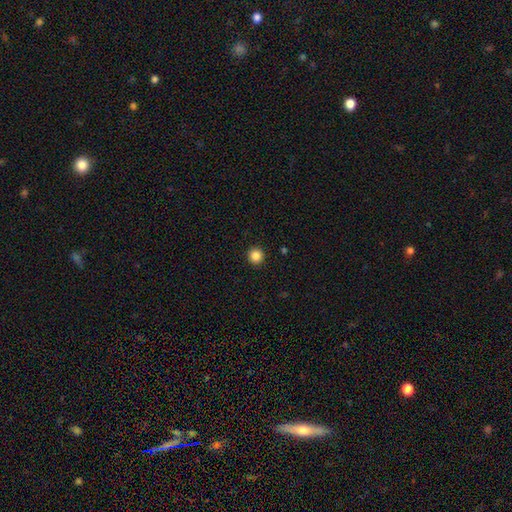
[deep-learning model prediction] smooth-or-featured: smooth: 86% | star or artifact: 11% | featured or disk: 3%
  how-rounded: round: 95% | in between: 4% | cigar-shaped: 1%
  merging: none: 93% | minor disturbance: 4% | major disturbance: 2% | merger: 1%